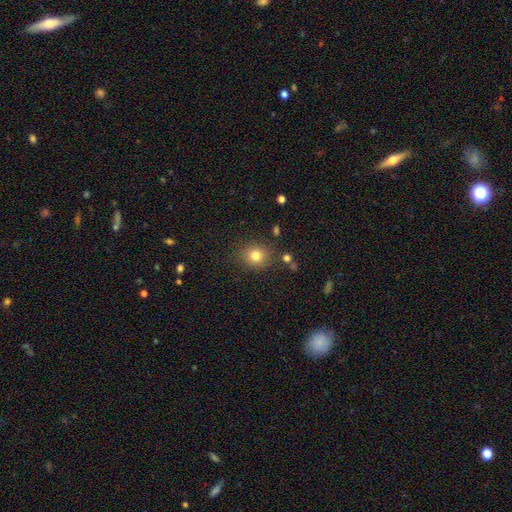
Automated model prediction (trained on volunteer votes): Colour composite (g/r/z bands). It shows a smooth galaxy with no disk features (79%) that is round (80%). Merging: none (84%).